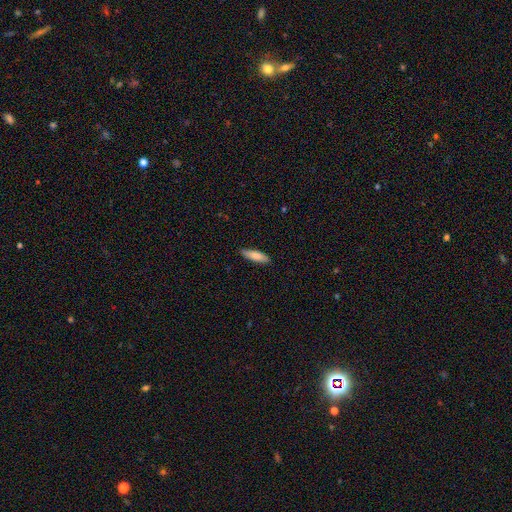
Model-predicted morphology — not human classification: The model was most divided on "how rounded": cigar-shaped: 55%, in between: 44%, round: 2%. More confident: merging — none (85%); smooth or featured — smooth (82%).